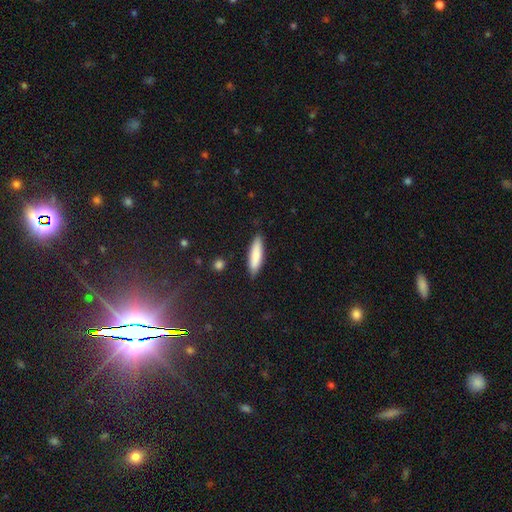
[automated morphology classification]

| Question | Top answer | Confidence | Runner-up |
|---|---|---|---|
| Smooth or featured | smooth | 83% | featured or disk (12%) |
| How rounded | cigar-shaped | 69% | in between (30%) |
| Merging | none | 86% | minor disturbance (10%) |